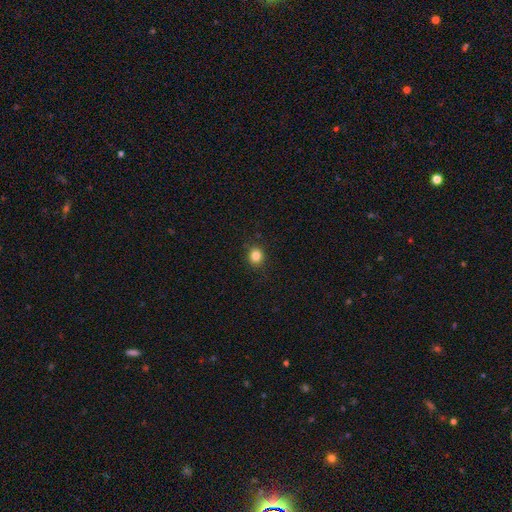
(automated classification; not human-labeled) smooth 84%, star or artifact 11%, featured or disk 4%. Down the decision tree: how rounded — round (80%); merging — none (88%).